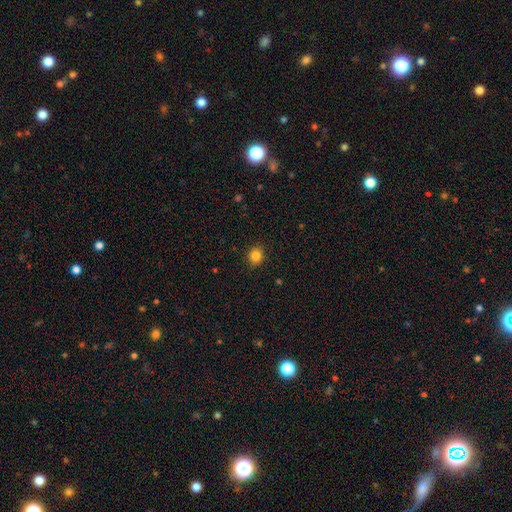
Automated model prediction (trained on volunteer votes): smooth-or-featured: smooth: 84% | star or artifact: 11% | featured or disk: 5%
  how-rounded: round: 79% | in between: 20% | cigar-shaped: 1%
  merging: none: 91% | minor disturbance: 6% | major disturbance: 2% | merger: 1%